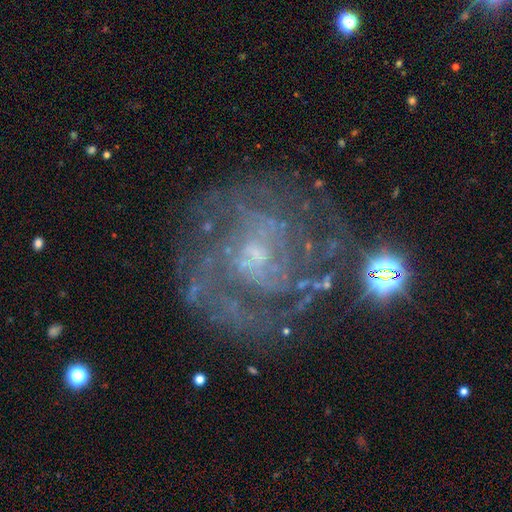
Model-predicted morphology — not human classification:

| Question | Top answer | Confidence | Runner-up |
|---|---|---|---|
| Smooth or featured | featured or disk | 82% | star or artifact (10%) |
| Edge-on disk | no | 98% | yes (2%) |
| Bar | no | 59% | weak (34%) |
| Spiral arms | yes | 88% | no (12%) |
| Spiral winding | tight | 53% | medium (35%) |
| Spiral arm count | can't tell | 39% | 2 (21%) |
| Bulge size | small | 64% | moderate (18%) |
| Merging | none | 69% | minor disturbance (16%) |